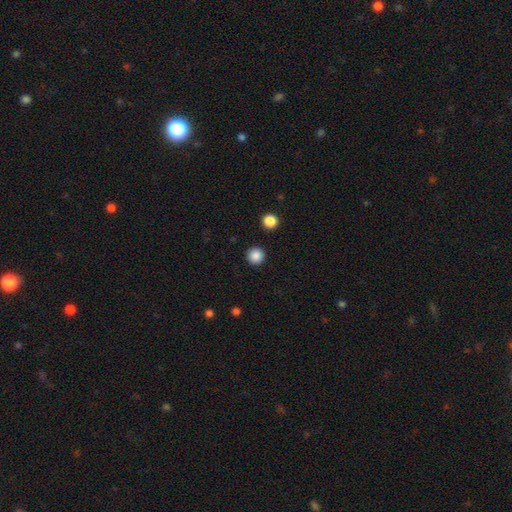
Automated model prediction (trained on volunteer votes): smooth 87%, star or artifact 10%, featured or disk 3%. Down the decision tree: how rounded — round (96%); merging — none (92%).